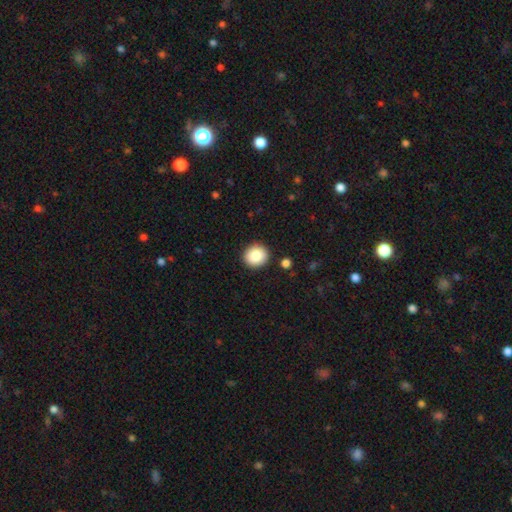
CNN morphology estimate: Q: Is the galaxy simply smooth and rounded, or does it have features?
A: smooth — 87%.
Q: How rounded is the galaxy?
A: round — 86%.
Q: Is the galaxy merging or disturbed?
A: none — 89%.